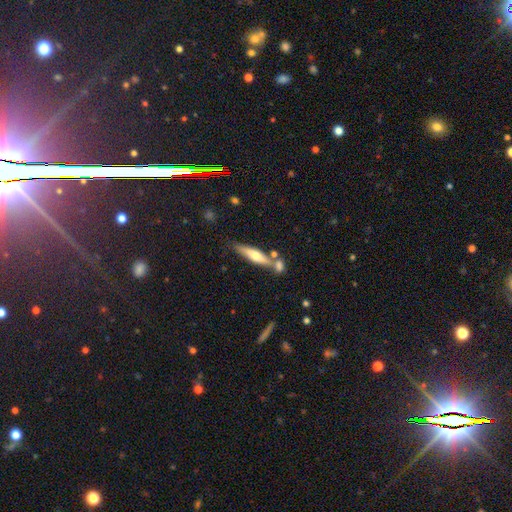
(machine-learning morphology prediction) Q: Smooth or featured?
A: featured or disk (47%); tied with: smooth (47%)
Q: Merging?
A: none (64%); runner-up: merger (20%)